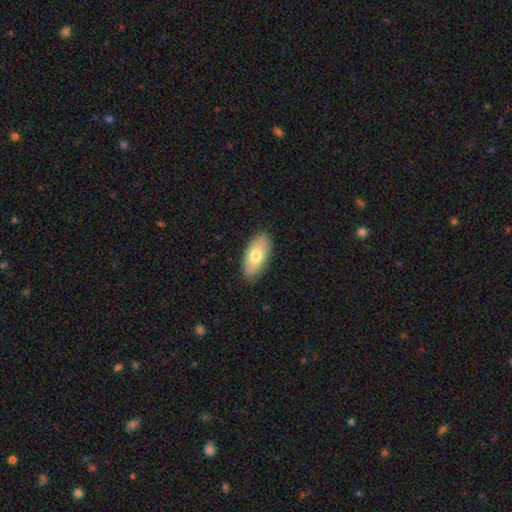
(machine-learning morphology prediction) smooth_or_featured: smooth (p=0.73) [alt: featured or disk p=0.21]
how_rounded: in between (p=0.91) [alt: cigar-shaped p=0.06]
merging: none (p=0.86) [alt: minor disturbance p=0.11]